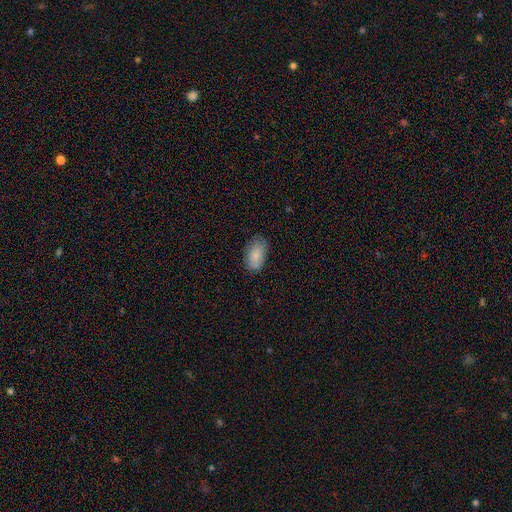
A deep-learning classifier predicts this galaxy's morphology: smooth 84%, featured or disk 9%, star or artifact 7%. Down the decision tree: how rounded — in between (93%); merging — none (74%).